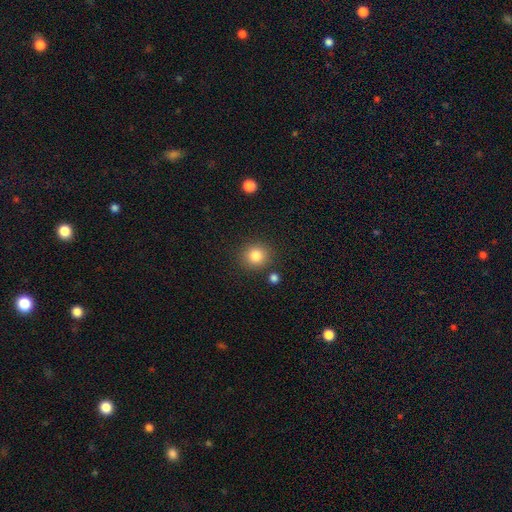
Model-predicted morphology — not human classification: Q: Smooth or featured?
A: smooth (84%); runner-up: star or artifact (11%)
Q: How rounded?
A: round (90%); runner-up: in between (9%)
Q: Merging?
A: none (86%); runner-up: minor disturbance (7%)